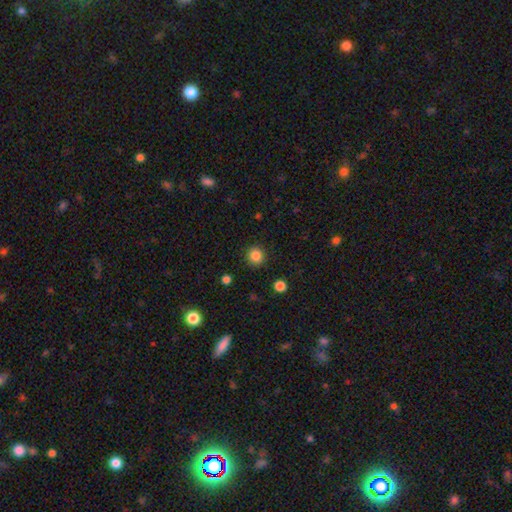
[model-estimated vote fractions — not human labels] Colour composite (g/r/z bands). It shows a smooth galaxy with no disk features (85%) that is round (92%). Merging: none (91%).